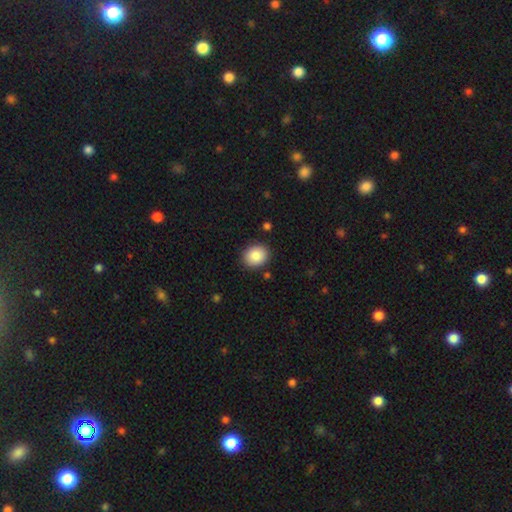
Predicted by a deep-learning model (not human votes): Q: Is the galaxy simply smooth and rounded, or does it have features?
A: smooth — 87%.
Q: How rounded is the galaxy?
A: round — 59%.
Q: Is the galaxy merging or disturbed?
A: none — 87%.